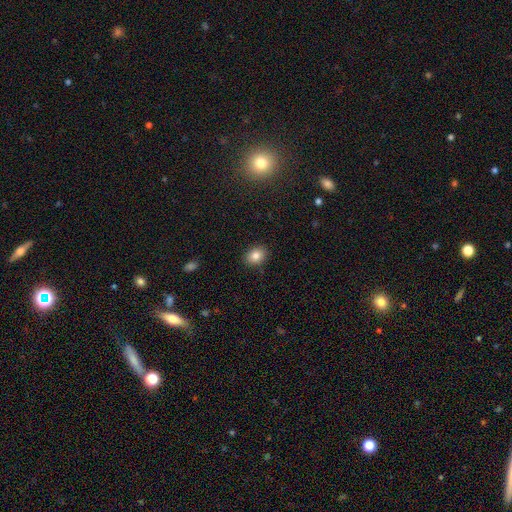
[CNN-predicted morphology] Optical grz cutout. It shows a smooth galaxy with no disk features (82%) that is in between round and cigar-shaped (59%). Merging: none (88%).